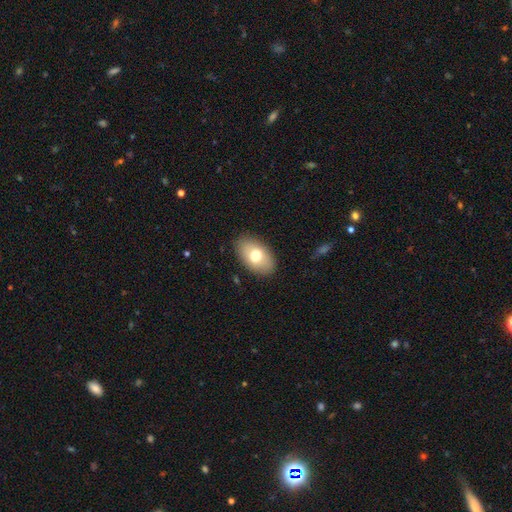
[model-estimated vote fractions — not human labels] Q: Smooth or featured?
A: smooth (72%); runner-up: featured or disk (21%)
Q: How rounded?
A: in between (91%); runner-up: round (7%)
Q: Merging?
A: none (86%); runner-up: minor disturbance (10%)